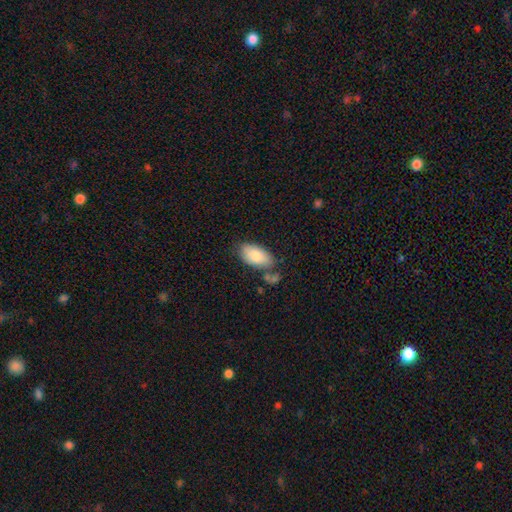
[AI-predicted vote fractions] A smooth galaxy with no disk features (85%) that is in between round and cigar-shaped (94%). Merging: none (65%).